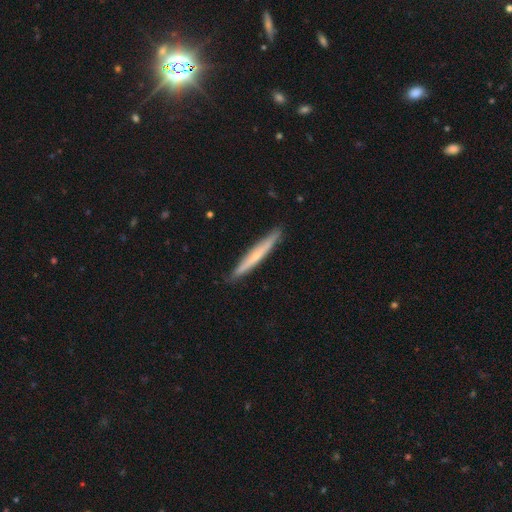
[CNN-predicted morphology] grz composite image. It shows a featured or disk galaxy (48%). Merging: none (90%).